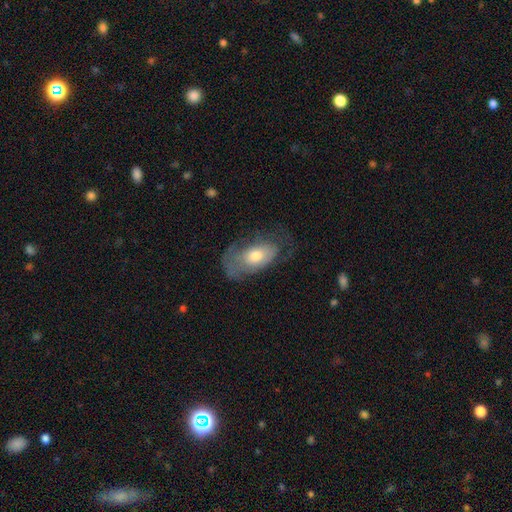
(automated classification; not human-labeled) Smooth or featured?
  - smooth: 51% *
  - featured or disk: 43%
  - star or artifact: 7%
How rounded?
  - in between: 91% *
  - round: 6%
  - cigar-shaped: 3%
Merging?
  - none: 43% *
  - major disturbance: 29%
  - minor disturbance: 27%
  - merger: 2%